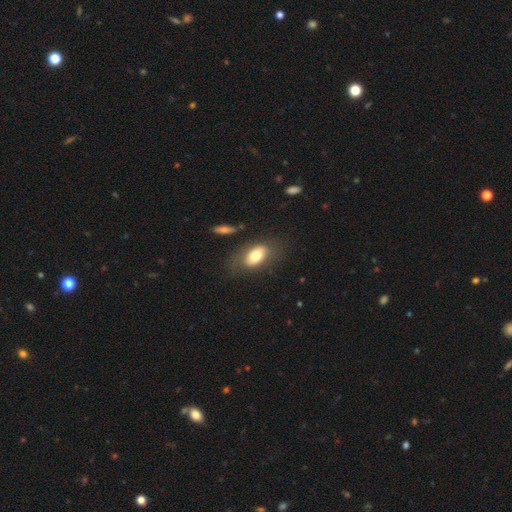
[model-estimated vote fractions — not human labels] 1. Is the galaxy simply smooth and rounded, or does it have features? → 69% smooth, 24% featured or disk, 7% star or artifact.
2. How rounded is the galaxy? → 89% in between, 8% round, 4% cigar-shaped.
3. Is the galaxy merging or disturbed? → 68% none, 19% minor disturbance, 10% major disturbance, 3% merger.